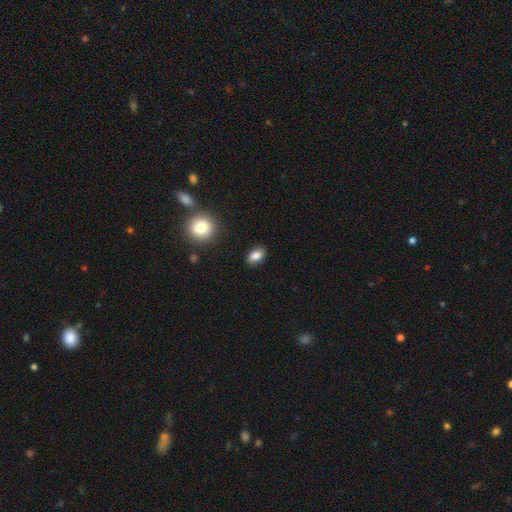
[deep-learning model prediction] Smooth or featured? smooth (84%)
How rounded? in between (83%)
Merging? none (87%)